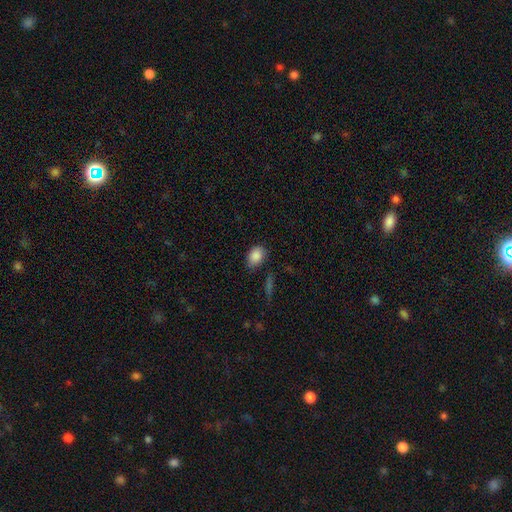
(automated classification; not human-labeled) smooth_or_featured: smooth (p=0.87) [alt: star or artifact p=0.08]
how_rounded: in between (p=0.76) [alt: round p=0.22]
merging: none (p=0.78) [alt: minor disturbance p=0.16]